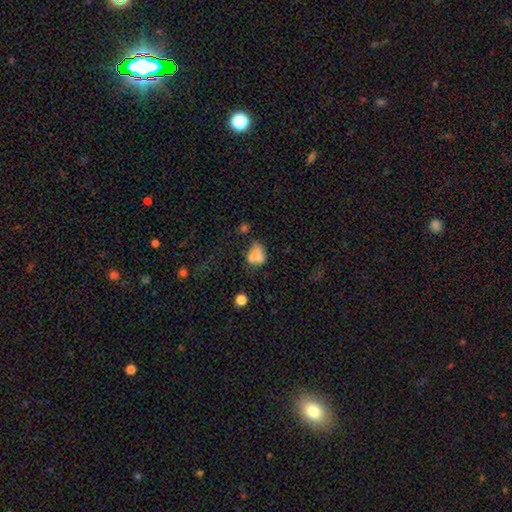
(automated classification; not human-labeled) Smooth or featured: smooth — 71% (featured or disk — 17%)
How rounded: in between — 67% (round — 31%)
Merging: none — 34% (minor disturbance — 28%)